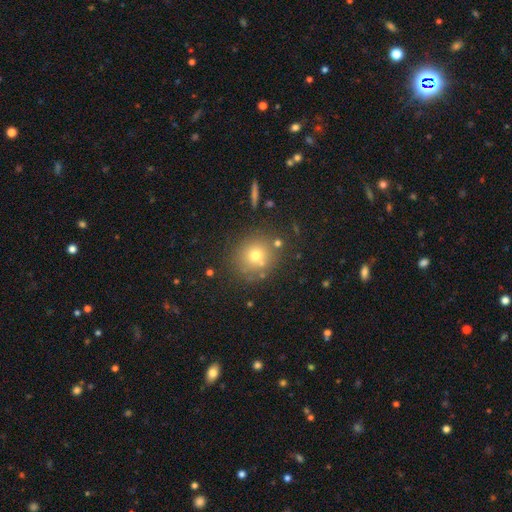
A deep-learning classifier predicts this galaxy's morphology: Smooth or featured: smooth — 70% (star or artifact — 16%)
How rounded: round — 89% (in between — 10%)
Merging: none — 78% (minor disturbance — 10%)